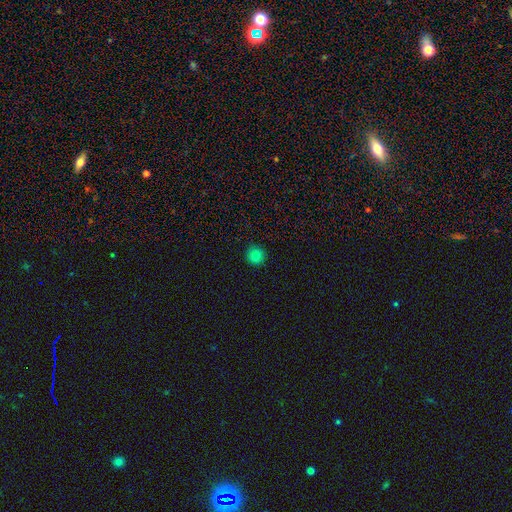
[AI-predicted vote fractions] smooth-or-featured: smooth: 82% | star or artifact: 13% | featured or disk: 5%
  how-rounded: round: 94% | in between: 5% | cigar-shaped: 1%
  merging: none: 92% | minor disturbance: 5% | major disturbance: 2% | merger: 1%